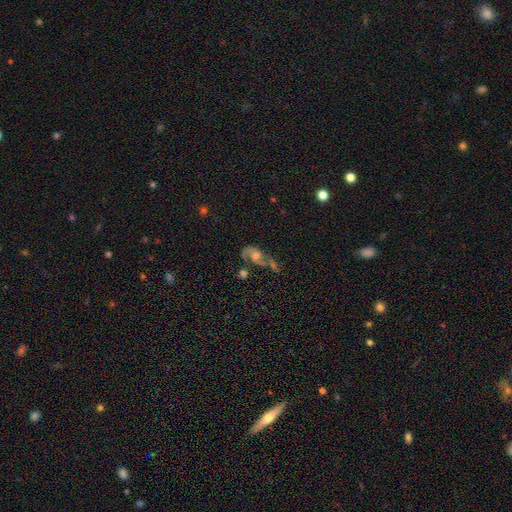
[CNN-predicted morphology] Smooth or featured?
  - featured or disk: 70% *
  - smooth: 19%
  - star or artifact: 11%
Edge-on disk?
  - no: 96% *
  - yes: 4%
Bar?
  - no: 68% *
  - weak: 26%
  - strong: 6%
Spiral arms?
  - yes: 85% *
  - no: 15%
Spiral winding?
  - medium: 43% *
  - loose: 41%
  - tight: 16%
Spiral arm count?
  - 2: 75% *
  - 1: 14%
  - can't tell: 7%
  - 3: 2%
  - 4: 1%
  - more than 4: 1%
Bulge size?
  - moderate: 57% *
  - small: 23%
  - large: 12%
  - none: 5%
  - dominant: 2%
Merging?
  - none: 33% *
  - major disturbance: 25%
  - merger: 23%
  - minor disturbance: 19%